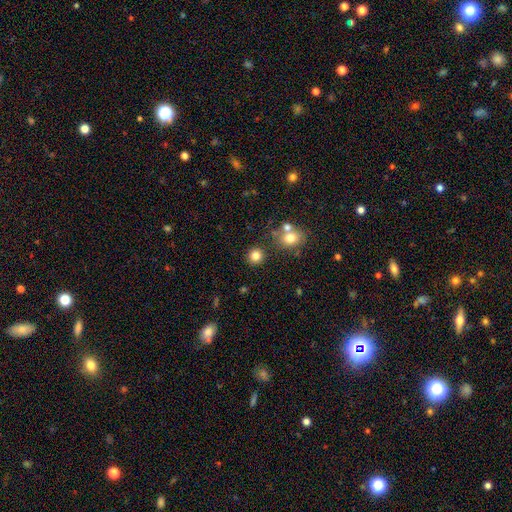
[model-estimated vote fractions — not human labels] This is clearly a smooth galaxy (81%). How rounded: clearly round (90%). Merging: clearly none (83%).